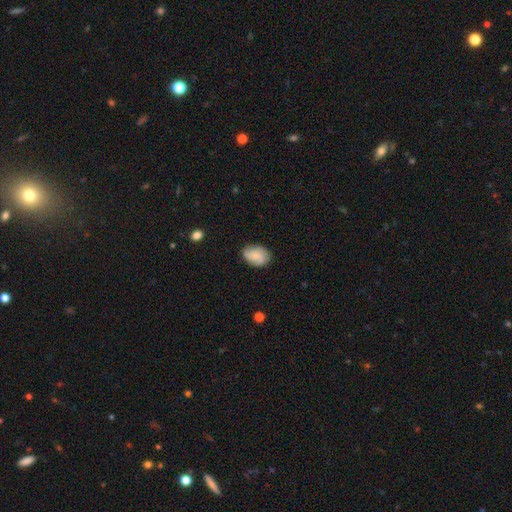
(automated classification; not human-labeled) smooth_or_featured: smooth (p=0.70) [alt: featured or disk p=0.22]
how_rounded: in between (p=0.80) [alt: round p=0.19]
merging: none (p=0.76) [alt: minor disturbance p=0.19]